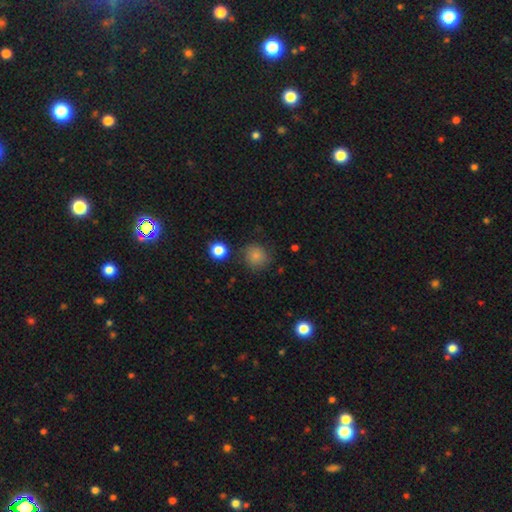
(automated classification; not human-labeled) This appears to be a smooth galaxy with no disk features (83%) that is round (89%). Merging: none (80%).